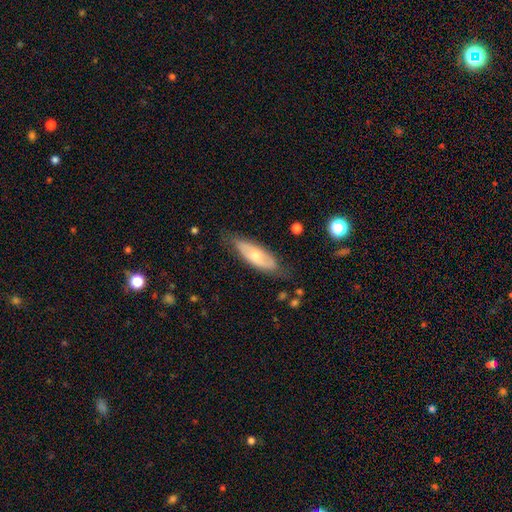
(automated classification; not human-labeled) A smooth galaxy with no disk features (53%) that is in between round and cigar-shaped (67%). Merging: none (69%).